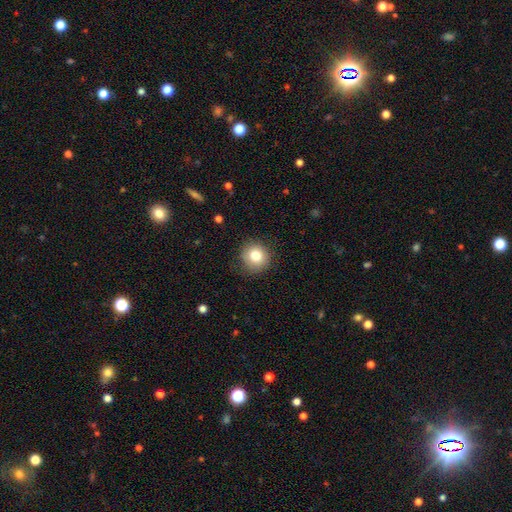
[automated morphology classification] type=smooth (81%); roundness=round (92%); merging=none (85%).